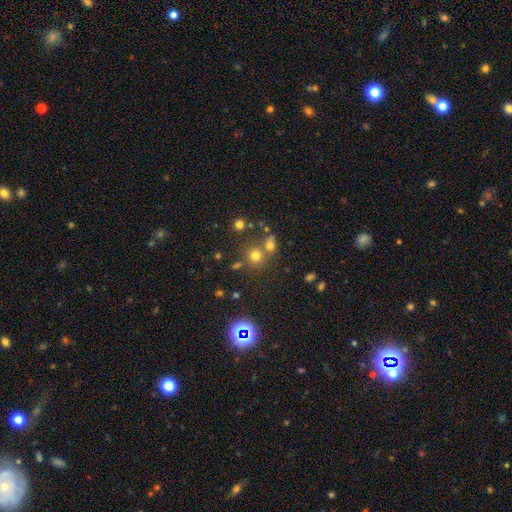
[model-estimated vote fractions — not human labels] Smooth or featured?
  - smooth: 68% *
  - star or artifact: 22%
  - featured or disk: 9%
How rounded?
  - round: 87% *
  - in between: 12%
  - cigar-shaped: 1%
Merging?
  - none: 62% *
  - merger: 26%
  - minor disturbance: 8%
  - major disturbance: 4%